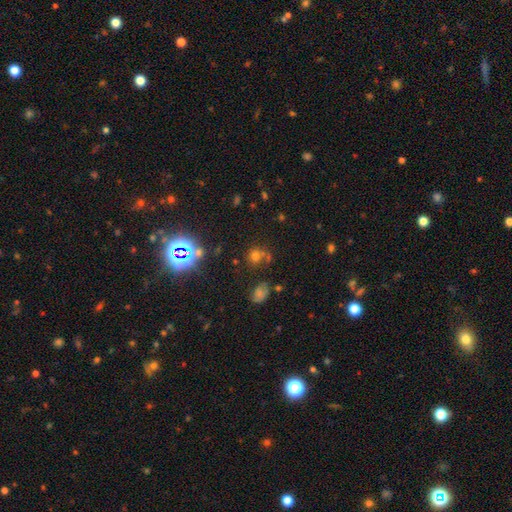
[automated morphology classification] Smooth or featured? Predicted: smooth (p=0.55). How rounded? Predicted: round (p=0.80). Merging? Predicted: none (p=0.59).